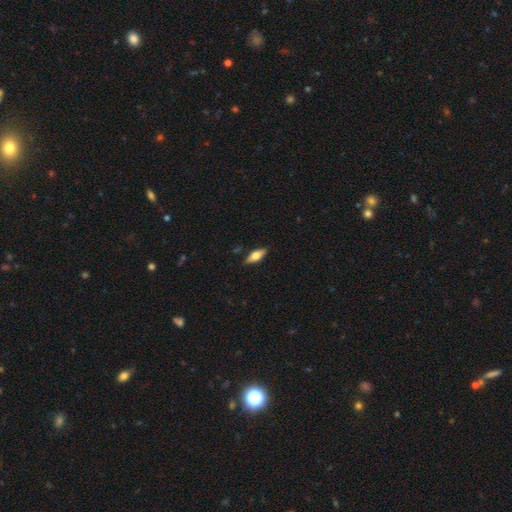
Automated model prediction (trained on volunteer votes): smooth_or_featured: smooth (p=0.53) [alt: featured or disk p=0.41]
how_rounded: in between (p=0.68) [alt: cigar-shaped p=0.29]
merging: none (p=0.87) [alt: minor disturbance p=0.10]